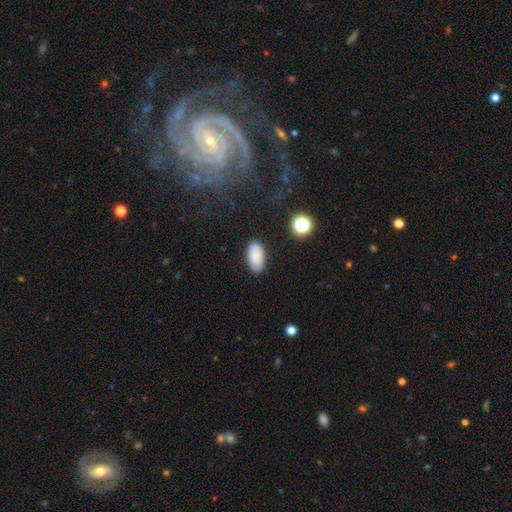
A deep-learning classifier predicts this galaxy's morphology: Overall: smooth (83%). How rounded: in between (95%). Merging: none (84%).